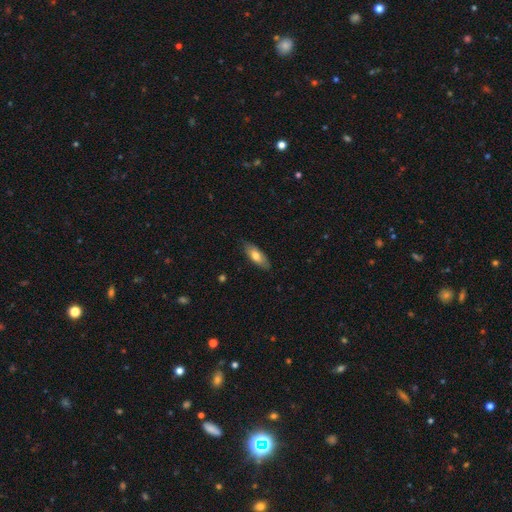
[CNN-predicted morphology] smooth-or-featured: smooth: 66% | featured or disk: 28% | star or artifact: 6%
  how-rounded: in between: 73% | cigar-shaped: 25% | round: 2%
  merging: none: 83% | minor disturbance: 14% | major disturbance: 2% | merger: 1%